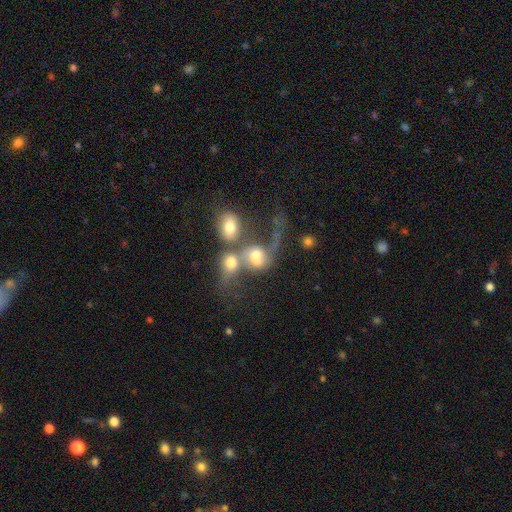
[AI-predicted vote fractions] smooth 45%, featured or disk 41%, star or artifact 14%. Down the decision tree: merging — merger (67%).